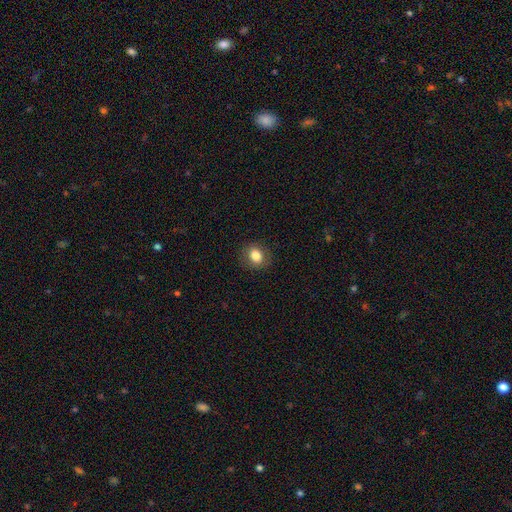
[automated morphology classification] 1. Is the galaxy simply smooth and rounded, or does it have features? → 83% smooth, 9% star or artifact, 7% featured or disk.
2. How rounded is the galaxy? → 56% round, 43% in between, 1% cigar-shaped.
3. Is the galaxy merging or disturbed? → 87% none, 9% minor disturbance, 3% major disturbance, 1% merger.